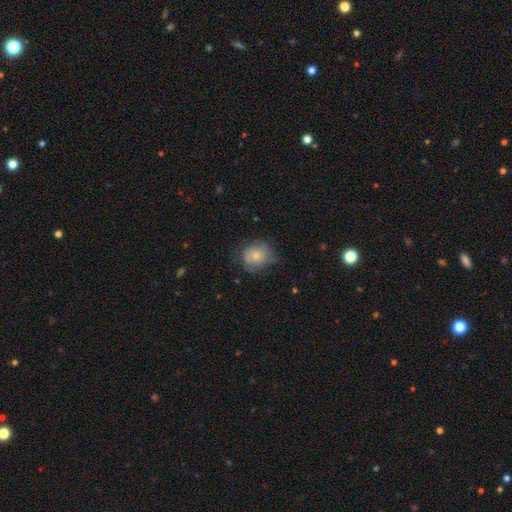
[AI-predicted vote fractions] The model was most divided on "merging": none: 61%, minor disturbance: 28%, major disturbance: 9%, merger: 1%. More confident: smooth or featured — smooth (77%); how rounded — round (72%).